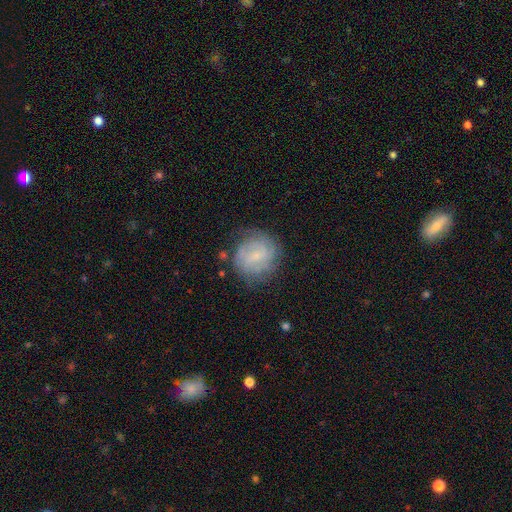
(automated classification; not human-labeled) A featured or disk galaxy (49%). Merging: none (70%).